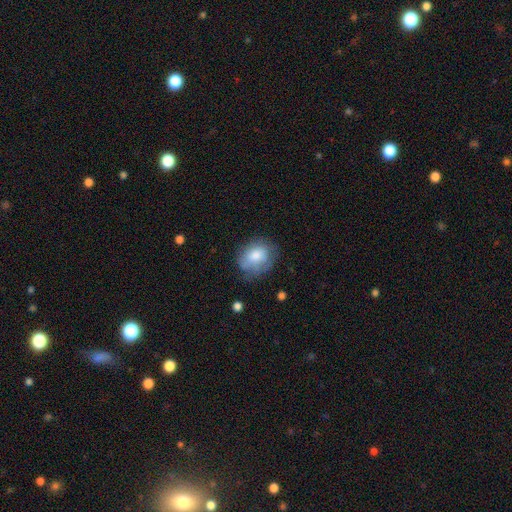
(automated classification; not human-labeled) smooth 76%, featured or disk 17%, star or artifact 7%. Down the decision tree: how rounded — in between (50%); merging — none (57%).